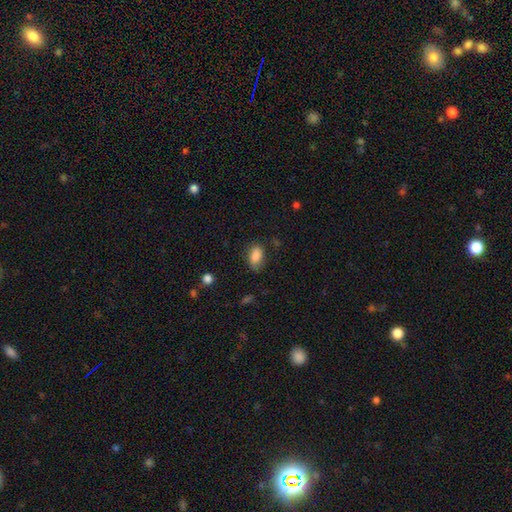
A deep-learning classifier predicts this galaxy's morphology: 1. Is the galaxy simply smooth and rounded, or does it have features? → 85% smooth, 8% star or artifact, 7% featured or disk.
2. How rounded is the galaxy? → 90% in between, 7% round, 3% cigar-shaped.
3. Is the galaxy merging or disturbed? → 68% none, 24% minor disturbance, 6% major disturbance, 2% merger.